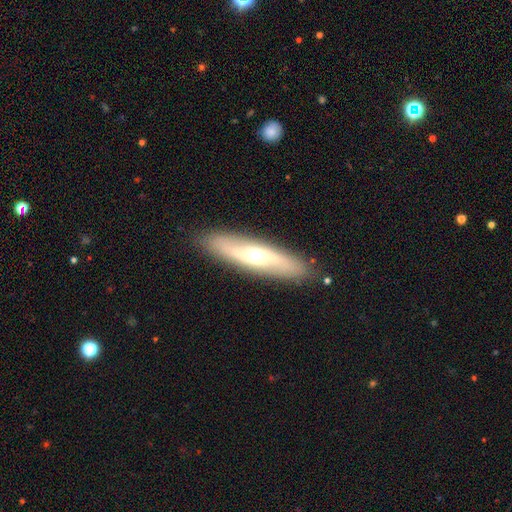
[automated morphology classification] type=featured or disk (61%); edge-on=no (55%); merging=none (88%).